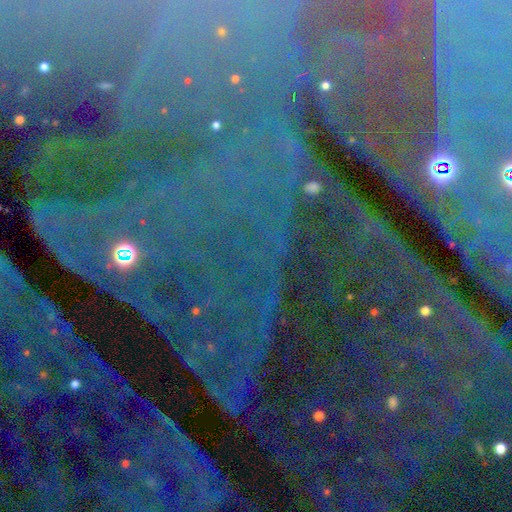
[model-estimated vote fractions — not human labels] Smooth or featured? star or artifact (87%)